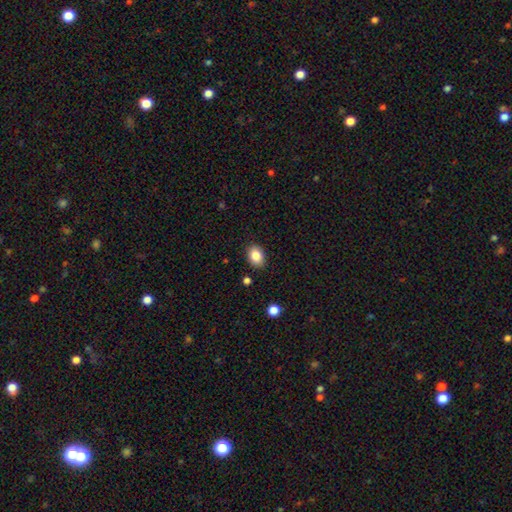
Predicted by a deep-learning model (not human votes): smooth 86%, star or artifact 8%, featured or disk 6%. Down the decision tree: how rounded — in between (74%); merging — none (87%).